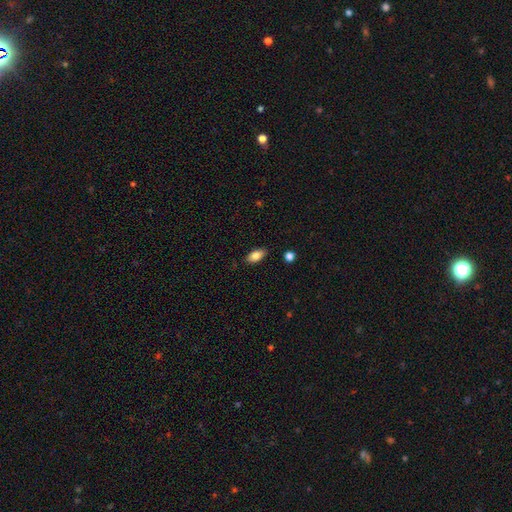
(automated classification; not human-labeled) Smooth or featured? smooth (81%)
How rounded? in between (90%)
Merging? none (86%)